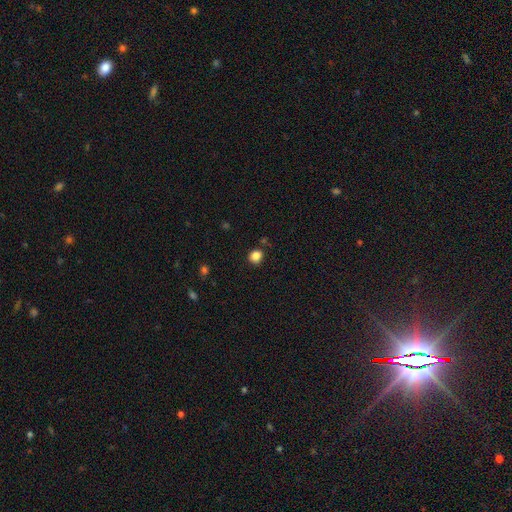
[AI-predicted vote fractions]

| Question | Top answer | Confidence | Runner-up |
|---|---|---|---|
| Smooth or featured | smooth | 85% | star or artifact (12%) |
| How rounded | round | 77% | in between (22%) |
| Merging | none | 83% | minor disturbance (11%) |